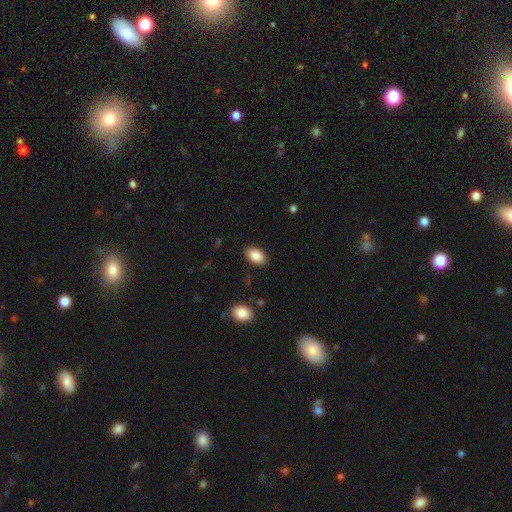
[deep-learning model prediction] A smooth galaxy with no disk features (88%) that is in between round and cigar-shaped (91%).

Vote fractions:
- Smooth or featured? smooth: 88% / star or artifact: 7% / featured or disk: 5%
- How rounded? in between: 91% / round: 8% / cigar-shaped: 1%
- Merging? none: 88% / minor disturbance: 8% / major disturbance: 2% / merger: 1%